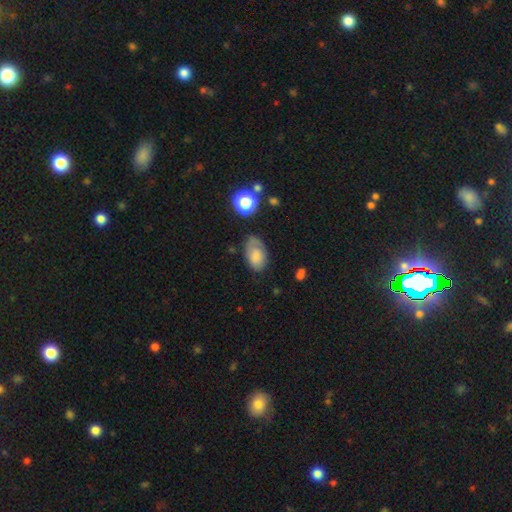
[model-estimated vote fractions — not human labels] Morphology: type=smooth (70%); roundness=in between (90%); merging=none (59%).